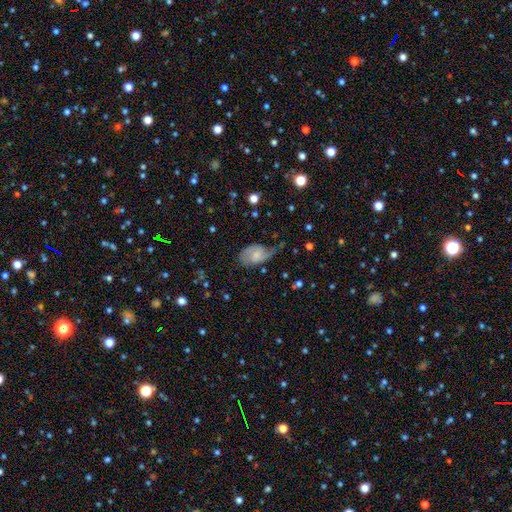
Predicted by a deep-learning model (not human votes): smooth_or_featured: featured or disk (p=0.51) [alt: smooth p=0.41]
disk_edge_on: no (p=0.95) [alt: yes p=0.05]
merging: minor disturbance (p=0.39) [alt: none p=0.32]